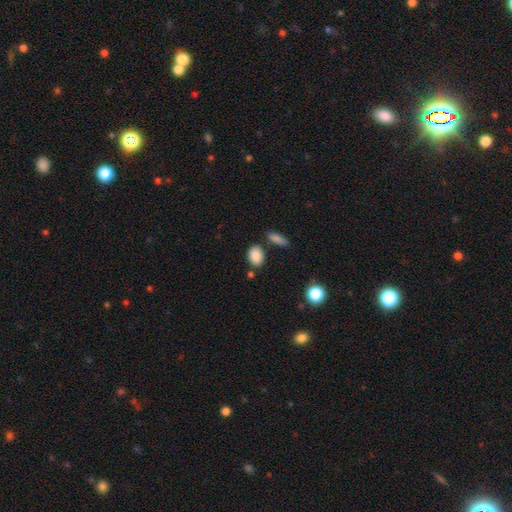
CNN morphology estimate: Smooth or featured: smooth — 87% (star or artifact — 8%)
How rounded: in between — 78% (round — 20%)
Merging: none — 76% (minor disturbance — 12%)